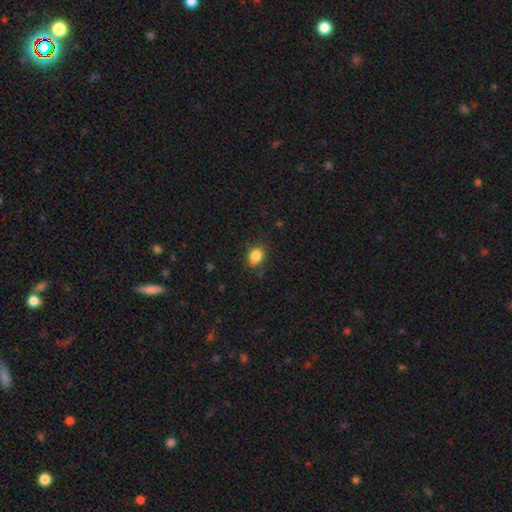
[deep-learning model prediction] This is clearly a smooth galaxy (85%). How rounded: likely in between (67%). Merging: likely none (77%).